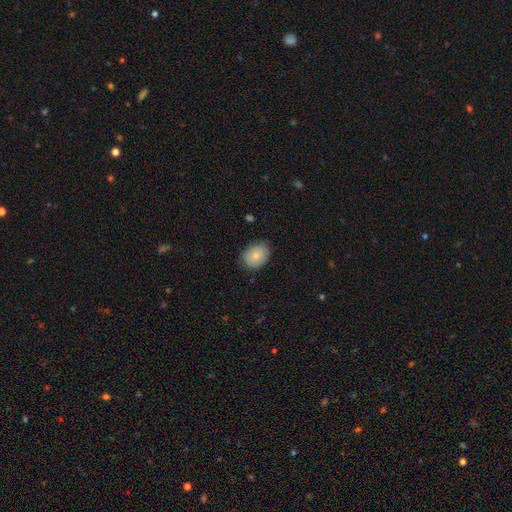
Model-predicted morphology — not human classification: Q: Smooth or featured?
A: smooth (80%); runner-up: featured or disk (13%)
Q: How rounded?
A: in between (56%); runner-up: round (43%)
Q: Merging?
A: none (77%); runner-up: minor disturbance (18%)